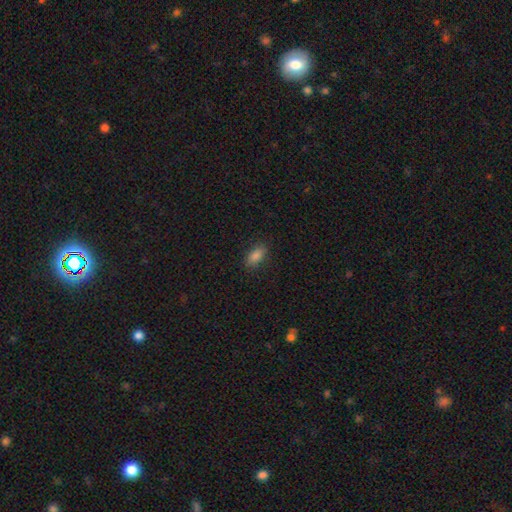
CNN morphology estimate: Smooth or featured? smooth (84%)
How rounded? in between (88%)
Merging? none (87%)